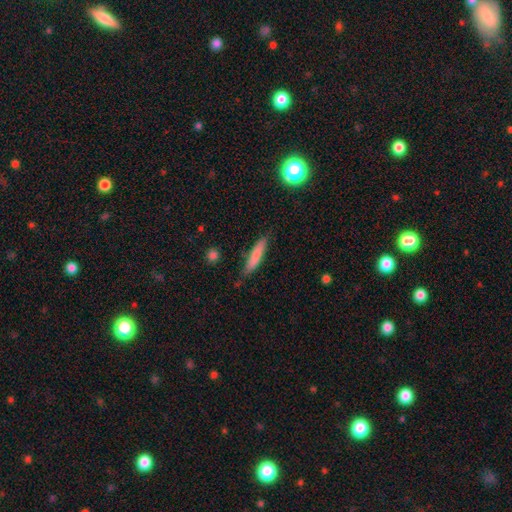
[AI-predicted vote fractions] A smooth galaxy with no disk features (76%) that is cigar-shaped (87%). Merging: none (79%).